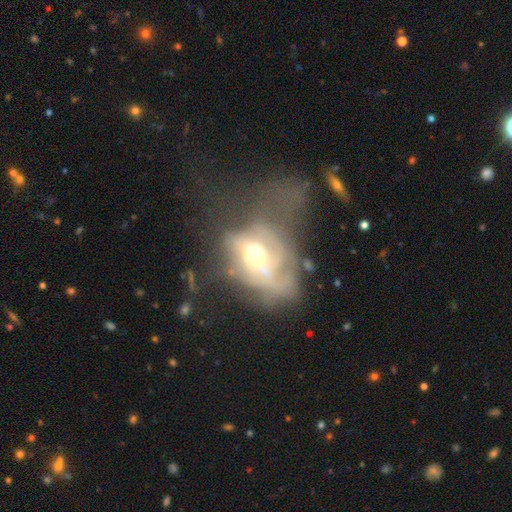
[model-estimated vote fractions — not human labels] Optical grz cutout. It shows a featured or disk galaxy (59%) with no bar (74%), no spiral arms (63%) and a moderate central bulge (66%). Merging: major disturbance (57%).